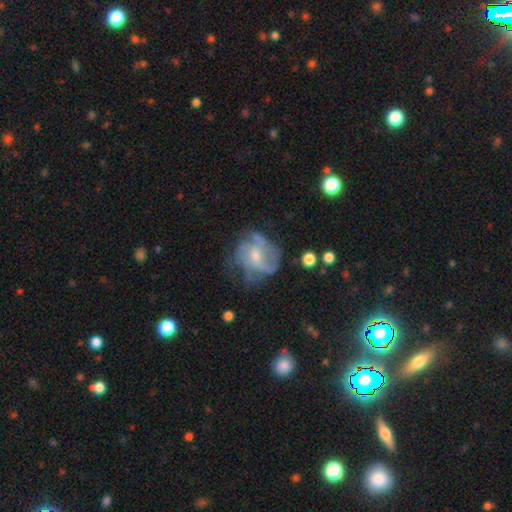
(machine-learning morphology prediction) This appears to be a featured or disk galaxy (71%) with no bar (53%), medium (43%) spiral arms (82%) and a moderate central bulge (47%). Merging: none (56%).